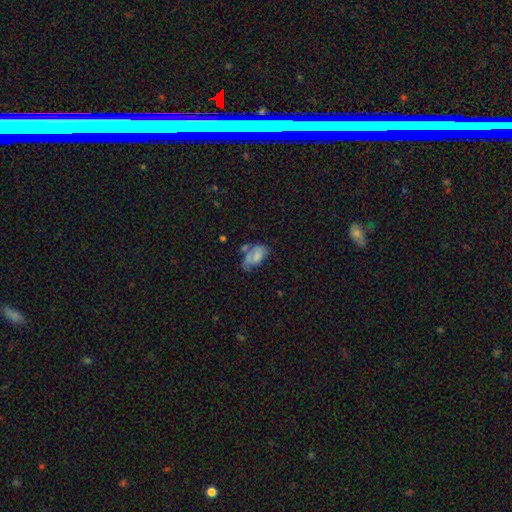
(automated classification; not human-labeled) smooth_or_featured: smooth (p=0.62) [alt: featured or disk p=0.28]
how_rounded: in between (p=0.92) [alt: round p=0.05]
merging: none (p=0.33) [alt: minor disturbance p=0.30]